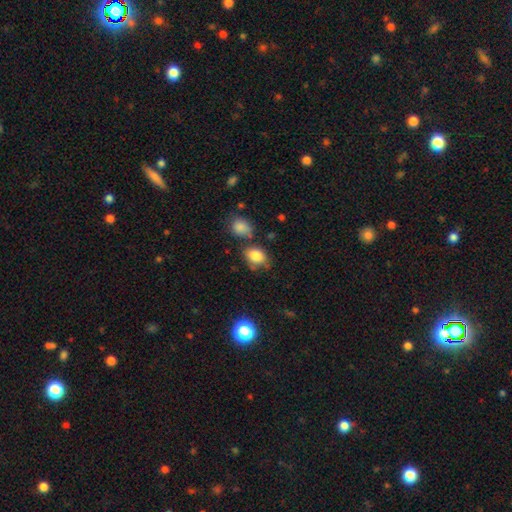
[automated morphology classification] A smooth galaxy with no disk features (82%) that is in between round and cigar-shaped (63%).

Vote fractions:
- Smooth or featured? smooth: 82% / star or artifact: 10% / featured or disk: 7%
- How rounded? in between: 63% / round: 36% / cigar-shaped: 1%
- Merging? none: 60% / minor disturbance: 22% / merger: 12% / major disturbance: 6%